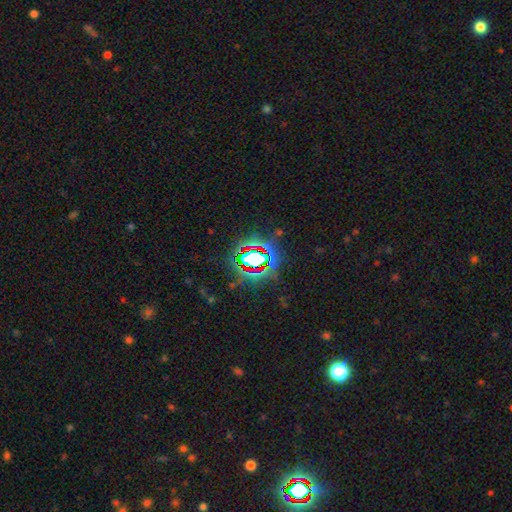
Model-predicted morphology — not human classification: smooth_or_featured: star or artifact (p=0.72) [alt: smooth p=0.17]